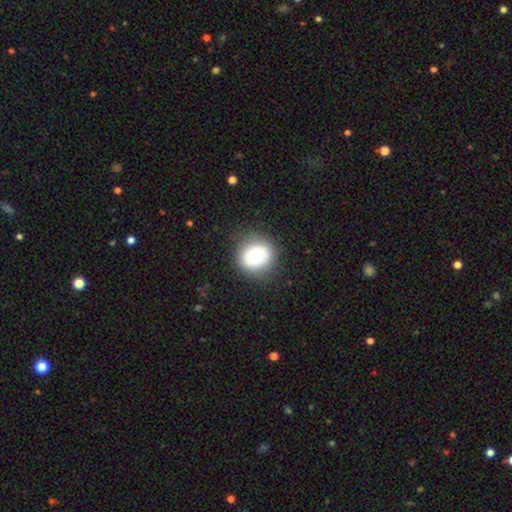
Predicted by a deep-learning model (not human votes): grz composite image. It shows a smooth galaxy with no disk features (71%) that is round (86%). Merging: none (86%).